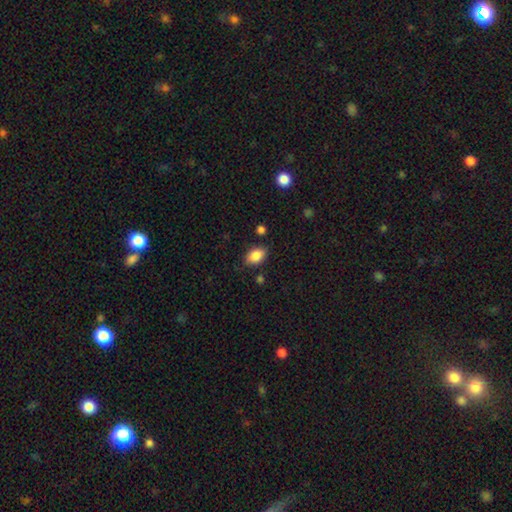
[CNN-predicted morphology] A smooth galaxy with no disk features (86%) that is in between round and cigar-shaped (88%).

Vote fractions:
- Smooth or featured? smooth: 86% / star or artifact: 8% / featured or disk: 6%
- How rounded? in between: 88% / round: 10% / cigar-shaped: 2%
- Merging? none: 81% / minor disturbance: 13% / major disturbance: 3% / merger: 3%